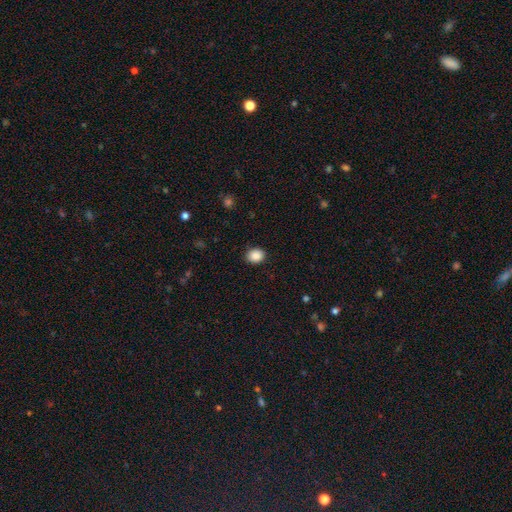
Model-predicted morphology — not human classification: The model was most divided on "how rounded": round: 66%, in between: 34%, cigar-shaped: 1%. More confident: merging — none (89%); smooth or featured — smooth (88%).